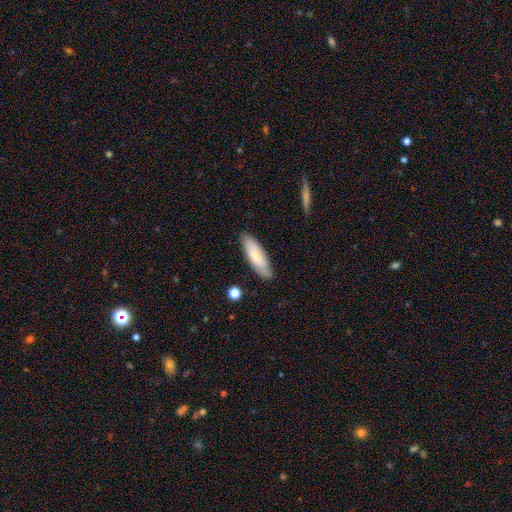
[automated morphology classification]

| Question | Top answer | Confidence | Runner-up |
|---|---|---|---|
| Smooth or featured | smooth | 80% | featured or disk (14%) |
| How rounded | cigar-shaped | 49% | tied: in between (49%) |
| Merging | none | 86% | minor disturbance (11%) |